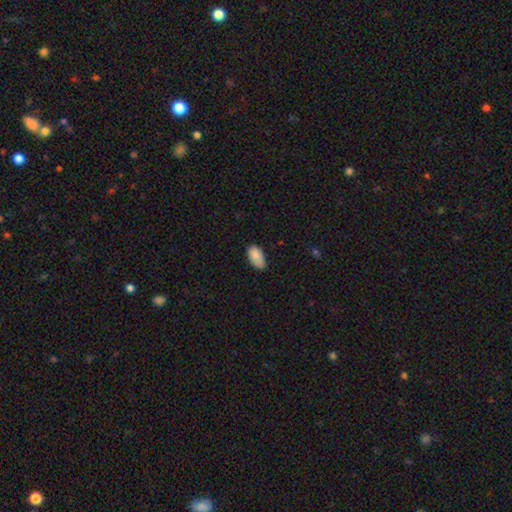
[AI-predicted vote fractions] smooth_or_featured: smooth (p=0.87) [alt: star or artifact p=0.07]
how_rounded: in between (p=0.95) [alt: round p=0.03]
merging: none (p=0.67) [alt: minor disturbance p=0.28]